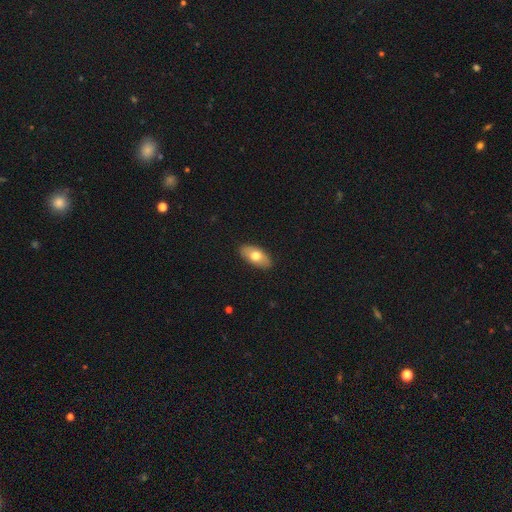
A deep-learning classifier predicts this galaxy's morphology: This appears to be a smooth galaxy with no disk features (70%) that is in between round and cigar-shaped (90%). Merging: none (89%).